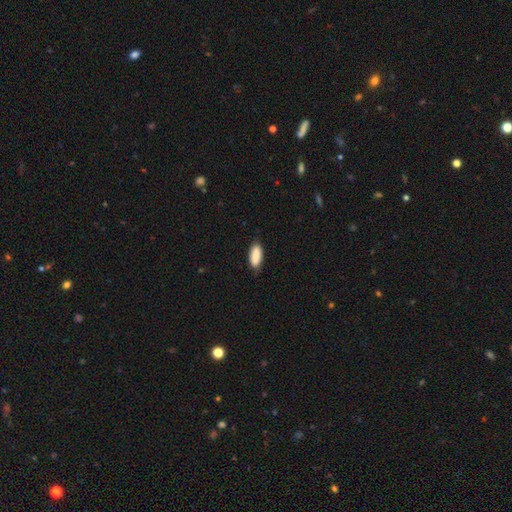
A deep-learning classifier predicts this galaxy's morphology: Smooth or featured?
  - smooth: 89% *
  - star or artifact: 6%
  - featured or disk: 5%
How rounded?
  - in between: 83% *
  - cigar-shaped: 15%
  - round: 2%
Merging?
  - none: 80% *
  - minor disturbance: 17%
  - major disturbance: 2%
  - merger: 1%